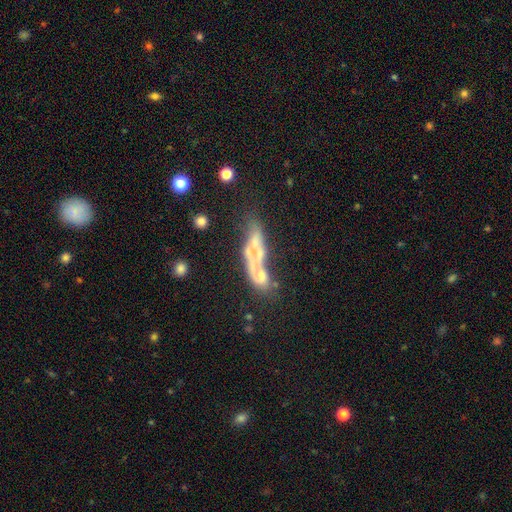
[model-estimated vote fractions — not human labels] This is possibly a featured or disk galaxy (51%). It is likely not viewed edge-on (72%). Merging: marginally none (32%).